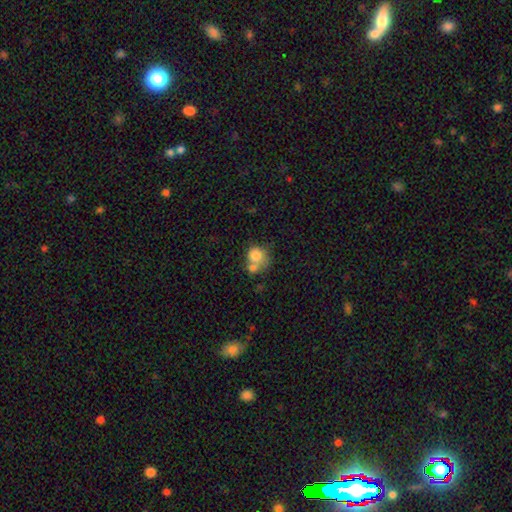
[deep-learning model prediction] A smooth galaxy with no disk features (77%) that is round (76%).

Vote fractions:
- Smooth or featured? smooth: 77% / featured or disk: 14% / star or artifact: 9%
- How rounded? round: 76% / in between: 23% / cigar-shaped: 1%
- Merging? merger: 49% / none: 33% / minor disturbance: 12% / major disturbance: 7%